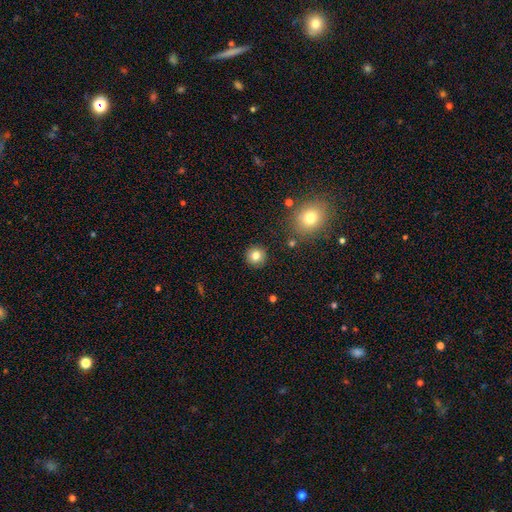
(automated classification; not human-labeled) smooth-or-featured: smooth: 81% | star or artifact: 11% | featured or disk: 8%
  how-rounded: round: 94% | in between: 5% | cigar-shaped: 1%
  merging: none: 90% | minor disturbance: 6% | major disturbance: 2% | merger: 2%